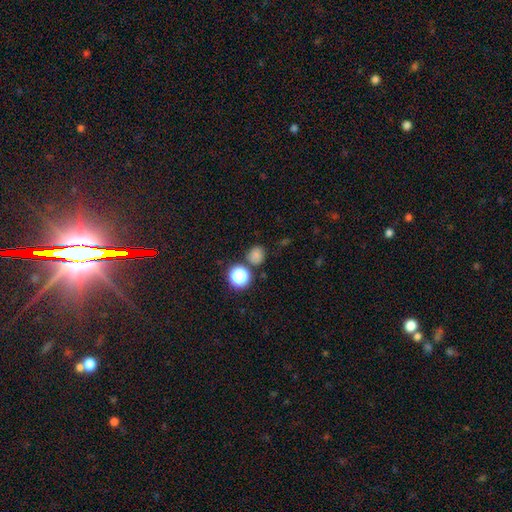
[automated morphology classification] Q: Smooth or featured?
A: smooth (75%); runner-up: star or artifact (19%)
Q: How rounded?
A: round (83%); runner-up: in between (16%)
Q: Merging?
A: none (76%); runner-up: minor disturbance (11%)